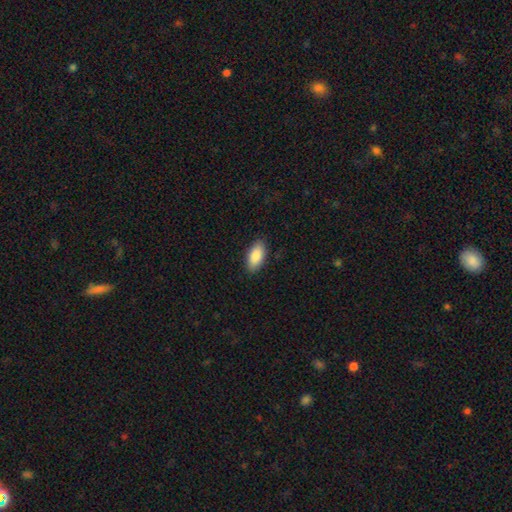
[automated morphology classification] Q: Smooth or featured?
A: smooth (88%); runner-up: star or artifact (6%)
Q: How rounded?
A: in between (92%); runner-up: cigar-shaped (6%)
Q: Merging?
A: none (88%); runner-up: minor disturbance (9%)